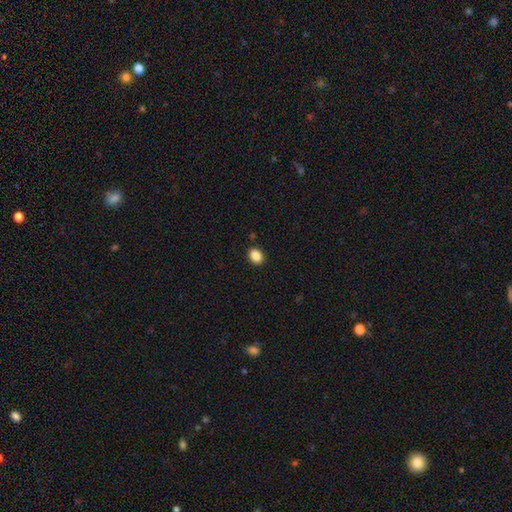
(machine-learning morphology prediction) smooth-or-featured: smooth: 87% | star or artifact: 9% | featured or disk: 3%
  how-rounded: in between: 61% | round: 38% | cigar-shaped: 1%
  merging: none: 90% | minor disturbance: 7% | major disturbance: 2% | merger: 1%